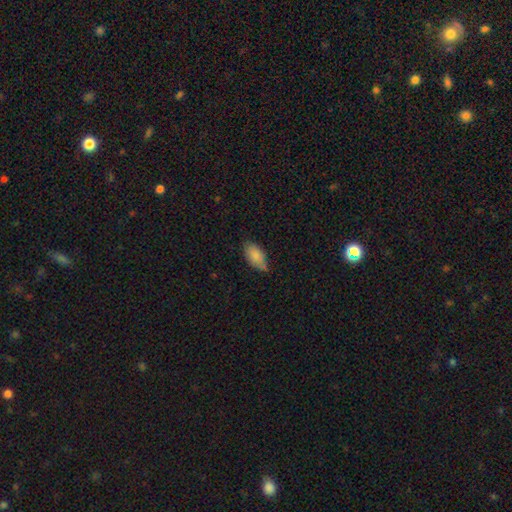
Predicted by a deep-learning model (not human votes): Smooth or featured: smooth — 85% (featured or disk — 8%)
How rounded: in between — 93% (cigar-shaped — 4%)
Merging: none — 60% (minor disturbance — 33%)